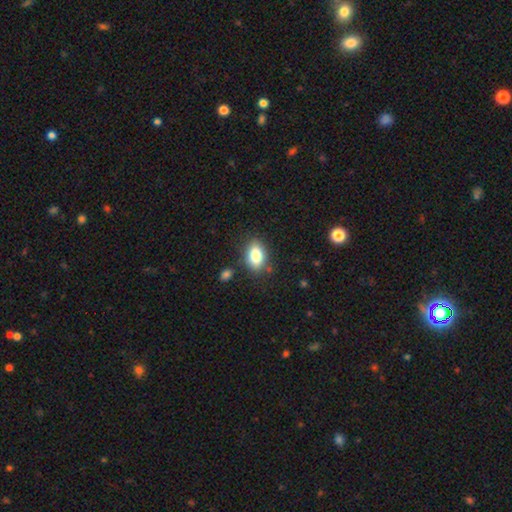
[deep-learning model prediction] Q: Smooth or featured?
A: smooth (80%); runner-up: featured or disk (11%)
Q: How rounded?
A: in between (85%); runner-up: round (12%)
Q: Merging?
A: none (80%); runner-up: minor disturbance (13%)